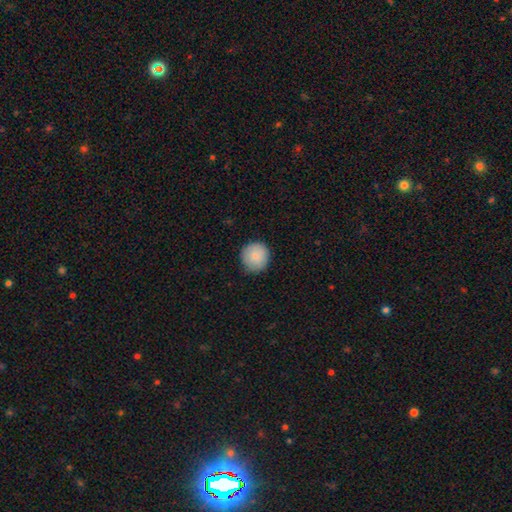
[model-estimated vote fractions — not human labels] This is clearly a smooth galaxy (84%). How rounded: clearly round (93%). Merging: clearly none (85%).